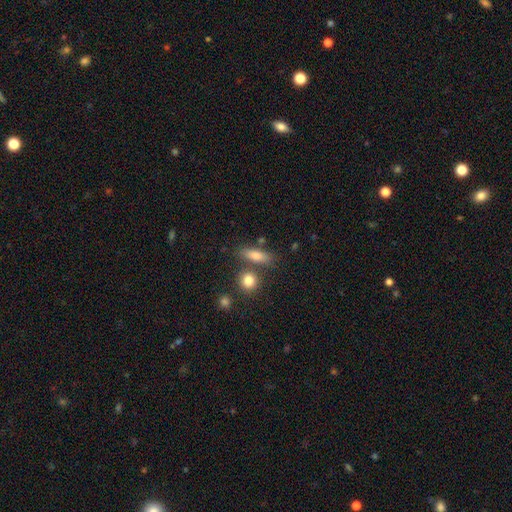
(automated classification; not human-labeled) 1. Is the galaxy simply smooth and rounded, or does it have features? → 75% smooth, 15% featured or disk, 10% star or artifact.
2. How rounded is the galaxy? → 54% in between, 38% cigar-shaped, 8% round.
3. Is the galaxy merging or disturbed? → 69% none, 15% merger, 12% minor disturbance, 4% major disturbance.